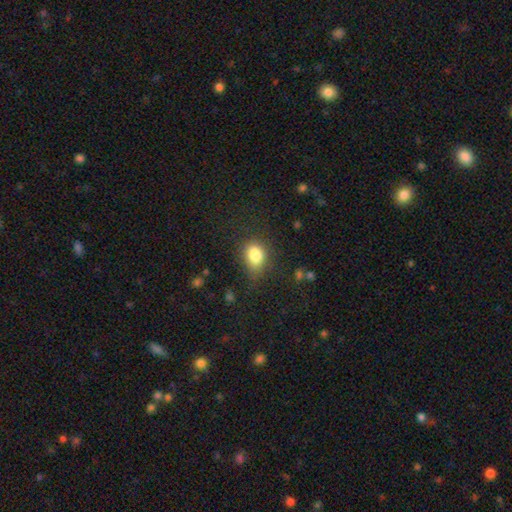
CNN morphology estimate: smooth-or-featured: smooth: 84% | star or artifact: 9% | featured or disk: 7%
  how-rounded: in between: 75% | round: 23% | cigar-shaped: 2%
  merging: none: 63% | minor disturbance: 25% | major disturbance: 10% | merger: 2%